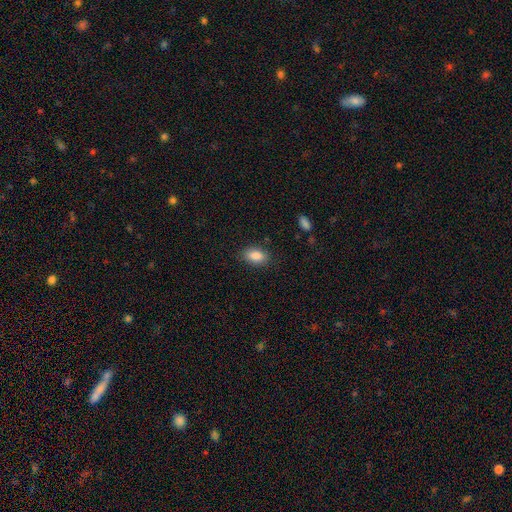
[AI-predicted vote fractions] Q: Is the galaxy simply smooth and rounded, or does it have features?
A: smooth — 86%.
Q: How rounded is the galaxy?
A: in between — 89%.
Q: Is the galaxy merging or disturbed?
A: none — 85%.